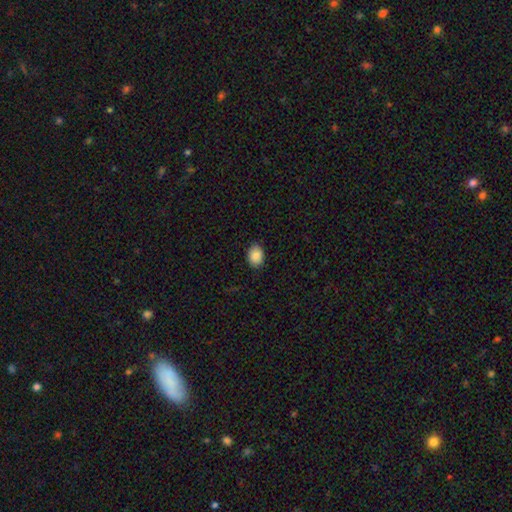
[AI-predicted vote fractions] A smooth galaxy with no disk features (86%) that is in between round and cigar-shaped (70%). Merging: none (86%).